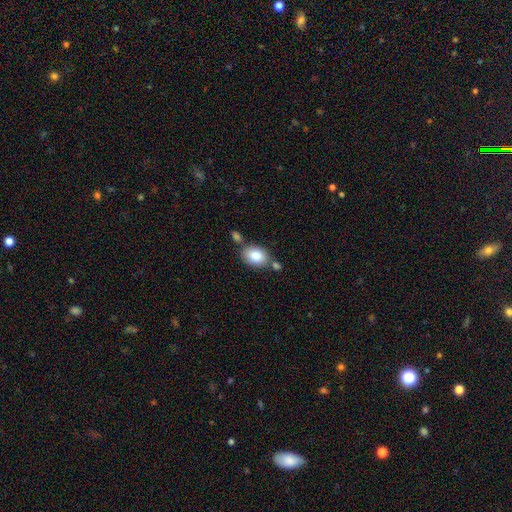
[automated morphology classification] This is clearly a smooth galaxy (82%). How rounded: likely in between (78%). Merging: likely none (65%).